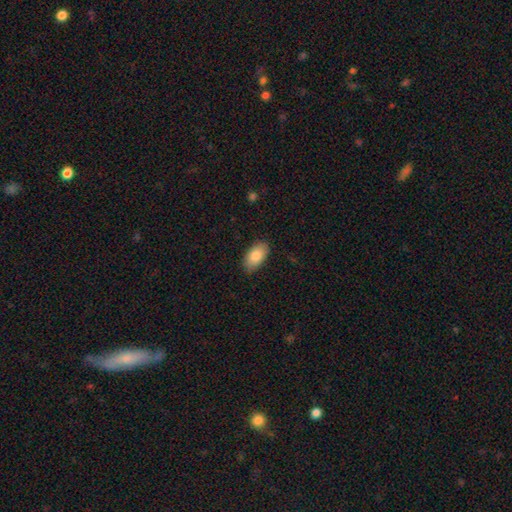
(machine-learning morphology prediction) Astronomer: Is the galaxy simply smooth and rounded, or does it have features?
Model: smooth — 85%.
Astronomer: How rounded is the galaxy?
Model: in between — 94%.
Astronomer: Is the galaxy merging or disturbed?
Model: none — 86%.